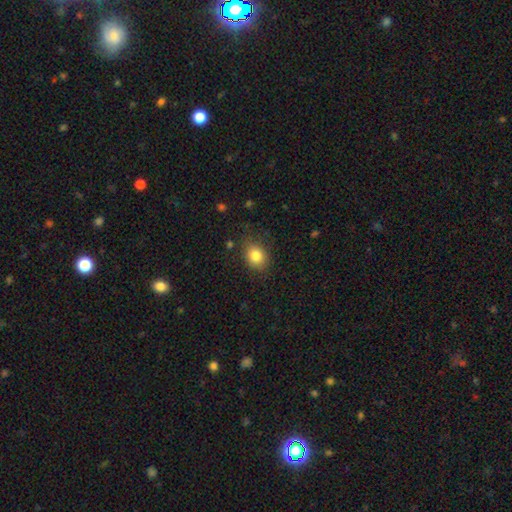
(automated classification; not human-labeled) The model was most divided on "how rounded": in between: 50%, round: 49%, cigar-shaped: 1%. More confident: smooth or featured — smooth (83%); merging — none (80%).